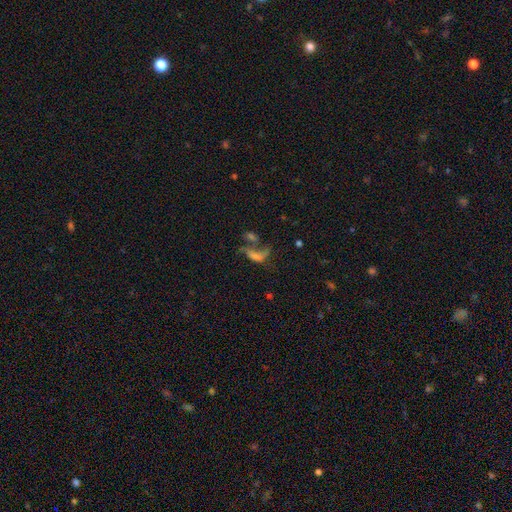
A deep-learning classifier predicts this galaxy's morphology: This is marginally a smooth galaxy (39%). Merging: marginally merger (36%).